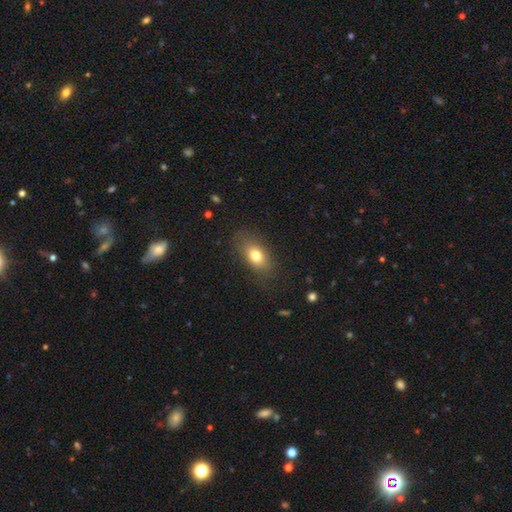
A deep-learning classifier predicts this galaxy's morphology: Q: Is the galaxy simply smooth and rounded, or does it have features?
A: smooth — 76%.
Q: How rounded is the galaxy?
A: in between — 81%.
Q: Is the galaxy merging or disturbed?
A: none — 79%.